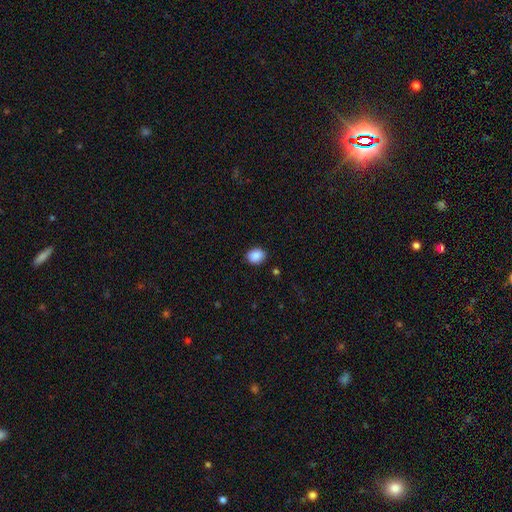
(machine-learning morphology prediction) Smooth or featured: smooth — 88% (star or artifact — 8%)
How rounded: round — 53% (in between — 46%)
Merging: none — 89% (minor disturbance — 8%)